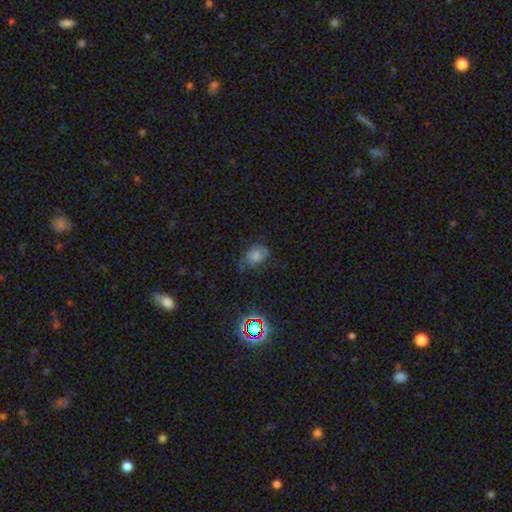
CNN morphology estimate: This appears to be a smooth galaxy with no disk features (58%) that is in between round and cigar-shaped (58%). Merging: none (54%).